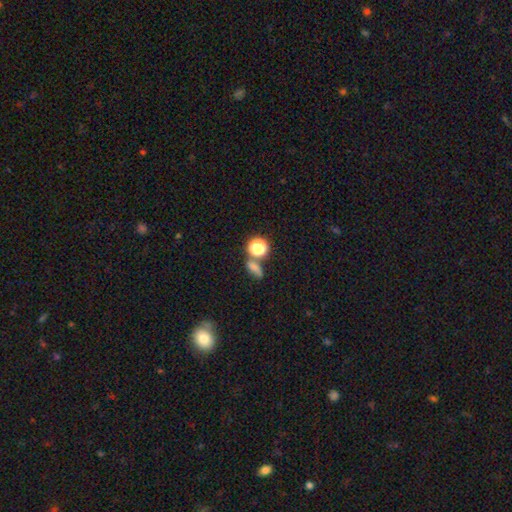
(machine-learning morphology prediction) Smooth or featured? star or artifact (50%)